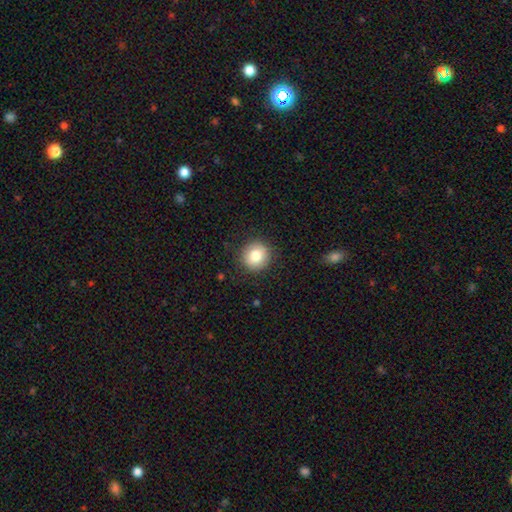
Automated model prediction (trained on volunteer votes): Smooth or featured? Predicted: smooth (p=0.82). How rounded? Predicted: round (p=0.91). Merging? Predicted: none (p=0.89).